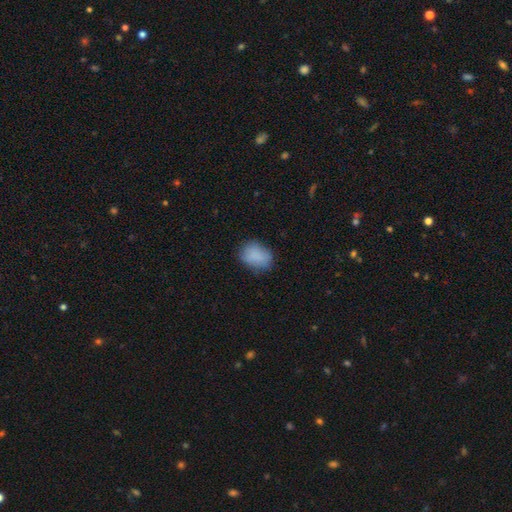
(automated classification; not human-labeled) Smooth or featured?
  - smooth: 85% *
  - star or artifact: 8%
  - featured or disk: 7%
How rounded?
  - in between: 64% *
  - round: 35%
  - cigar-shaped: 1%
Merging?
  - none: 74% *
  - minor disturbance: 19%
  - major disturbance: 5%
  - merger: 1%